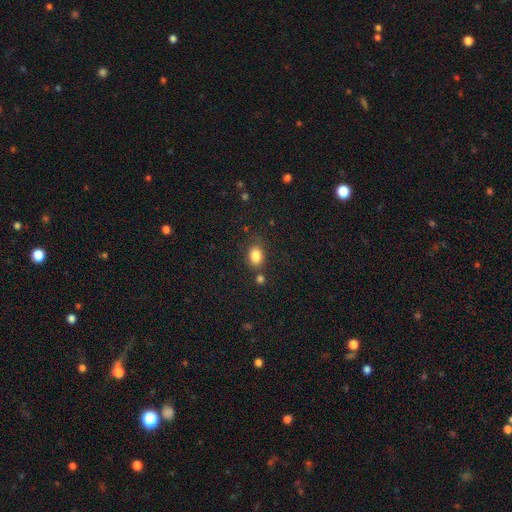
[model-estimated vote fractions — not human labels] smooth 84%, star or artifact 10%, featured or disk 6%. Down the decision tree: how rounded — in between (66%); merging — none (70%).